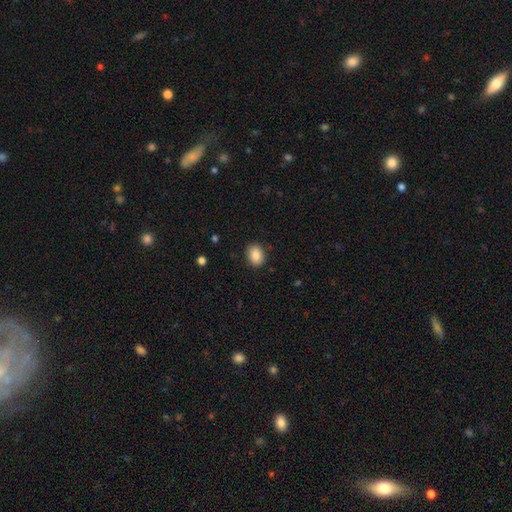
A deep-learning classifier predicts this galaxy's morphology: Smooth or featured? Predicted: smooth (p=0.88). How rounded? Predicted: in between (p=0.68). Merging? Predicted: none (p=0.88).